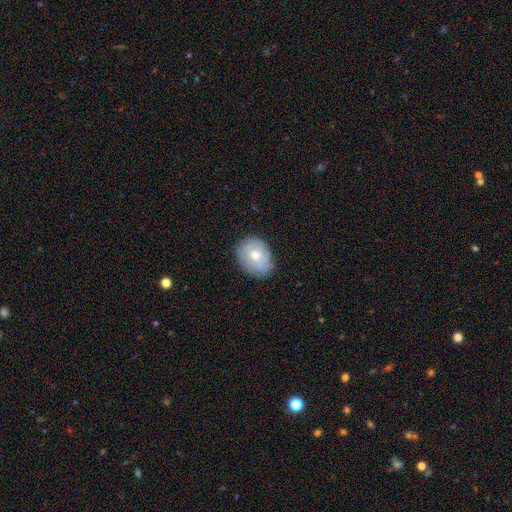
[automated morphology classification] smooth 63%, featured or disk 29%, star or artifact 8%. Down the decision tree: how rounded — in between (57%); merging — none (77%).